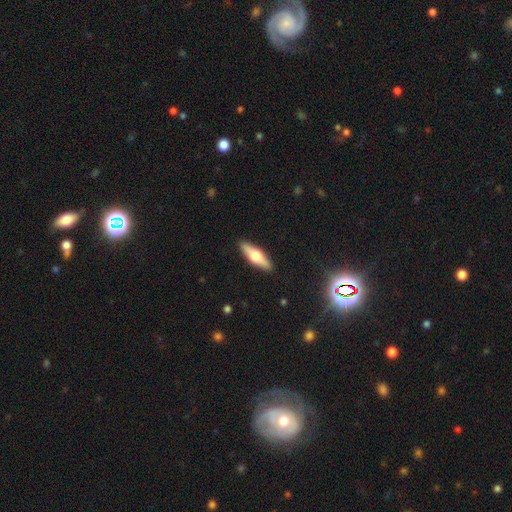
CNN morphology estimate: This appears to be a smooth galaxy with no disk features (48%). Merging: none (90%).